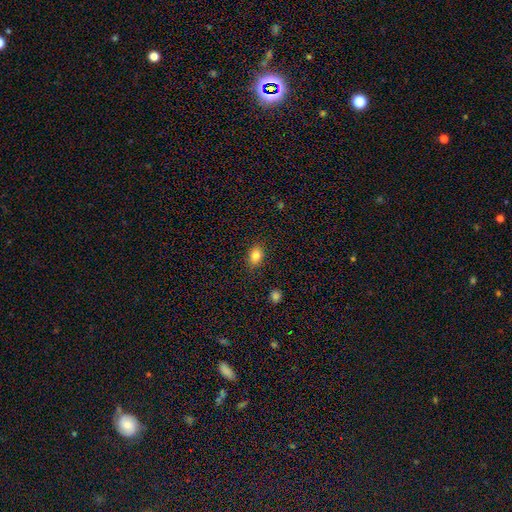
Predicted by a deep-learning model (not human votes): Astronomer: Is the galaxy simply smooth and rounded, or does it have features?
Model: smooth — 84%.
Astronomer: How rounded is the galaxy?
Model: in between — 68%.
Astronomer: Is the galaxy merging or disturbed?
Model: none — 86%.